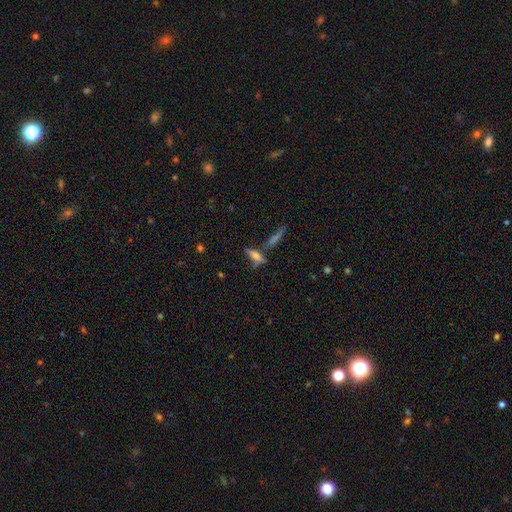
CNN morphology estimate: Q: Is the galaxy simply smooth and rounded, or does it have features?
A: smooth — 50%.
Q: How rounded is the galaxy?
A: cigar-shaped — 56%.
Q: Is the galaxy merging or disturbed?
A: none — 50%.